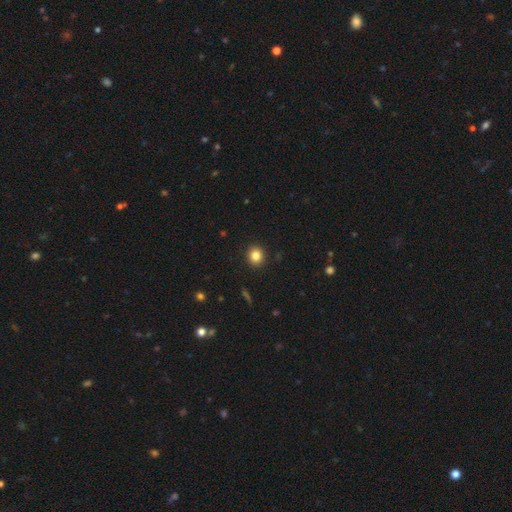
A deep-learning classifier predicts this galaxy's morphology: A smooth galaxy with no disk features (84%) that is round (84%). Merging: none (92%).